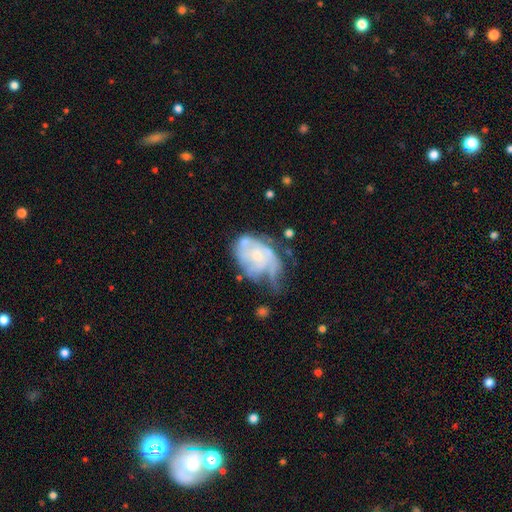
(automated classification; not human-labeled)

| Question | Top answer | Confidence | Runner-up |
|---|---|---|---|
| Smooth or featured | featured or disk | 67% | smooth (25%) |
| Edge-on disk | no | 97% | yes (3%) |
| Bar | no | 77% | weak (20%) |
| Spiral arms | yes | 63% | no (37%) |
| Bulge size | small | 52% | moderate (33%) |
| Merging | minor disturbance | 32% | major disturbance (31%) |